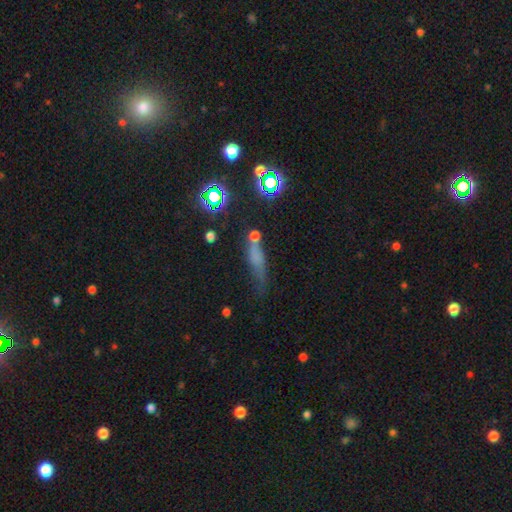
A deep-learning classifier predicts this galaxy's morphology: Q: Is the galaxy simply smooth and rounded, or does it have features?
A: smooth — 54%.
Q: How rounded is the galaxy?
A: cigar-shaped — 56%.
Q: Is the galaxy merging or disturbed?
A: none — 40%.